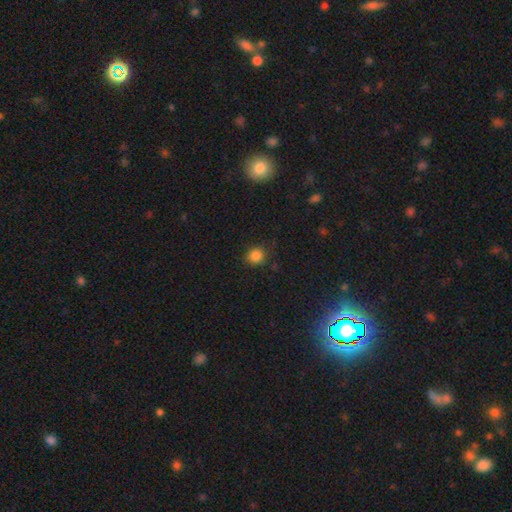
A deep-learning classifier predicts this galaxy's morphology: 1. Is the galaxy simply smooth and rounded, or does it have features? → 84% smooth, 12% star or artifact, 4% featured or disk.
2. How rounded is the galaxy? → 82% round, 17% in between, 1% cigar-shaped.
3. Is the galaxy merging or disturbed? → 83% none, 12% minor disturbance, 3% major disturbance, 2% merger.